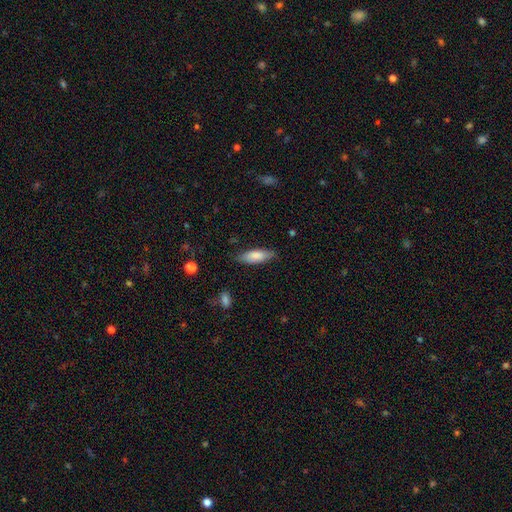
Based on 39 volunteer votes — This appears to be a smooth galaxy with no disk features (92%) that is in between round and cigar-shaped (75%). Merging: none (89%).